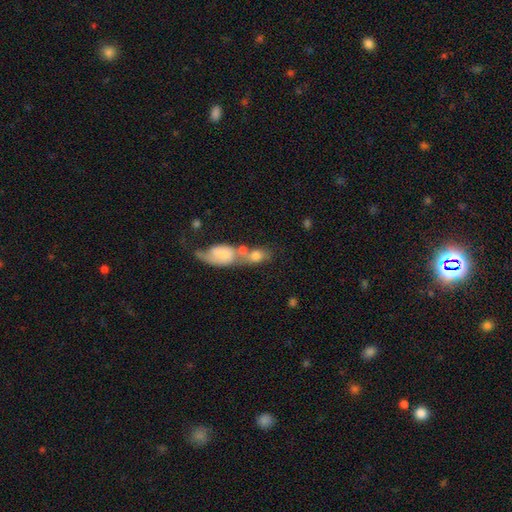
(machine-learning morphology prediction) Q: Smooth or featured?
A: smooth (66%); runner-up: featured or disk (26%)
Q: How rounded?
A: in between (75%); runner-up: round (19%)
Q: Merging?
A: merger (67%); runner-up: none (19%)